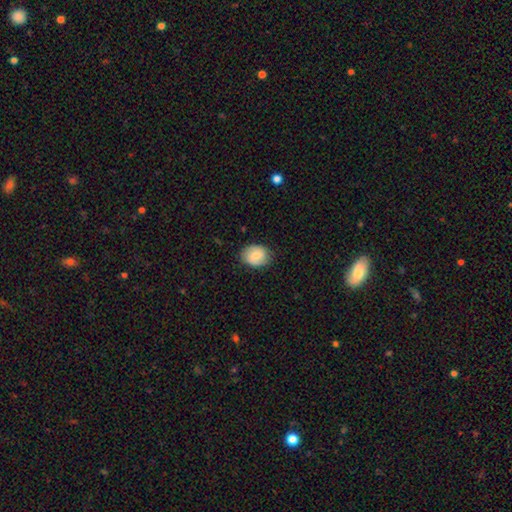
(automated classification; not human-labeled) Morphology: type=smooth (71%); roundness=round (52%); merging=none (81%).